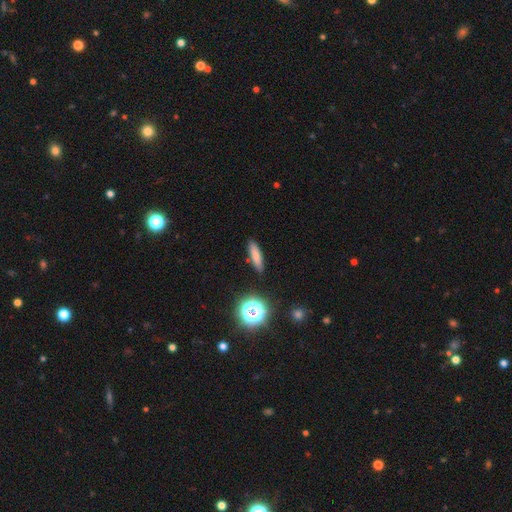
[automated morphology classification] This appears to be a smooth galaxy with no disk features (76%) that is cigar-shaped (75%). Merging: none (87%).